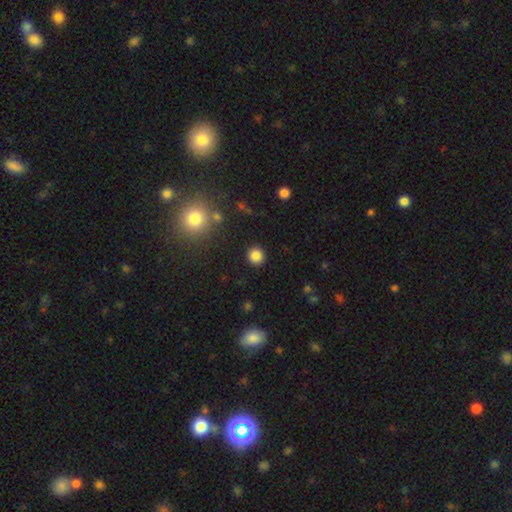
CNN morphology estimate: Smooth or featured?
  - smooth: 84% *
  - star or artifact: 12%
  - featured or disk: 4%
How rounded?
  - round: 92% *
  - in between: 7%
  - cigar-shaped: 1%
Merging?
  - none: 91% *
  - minor disturbance: 5%
  - major disturbance: 2%
  - merger: 2%